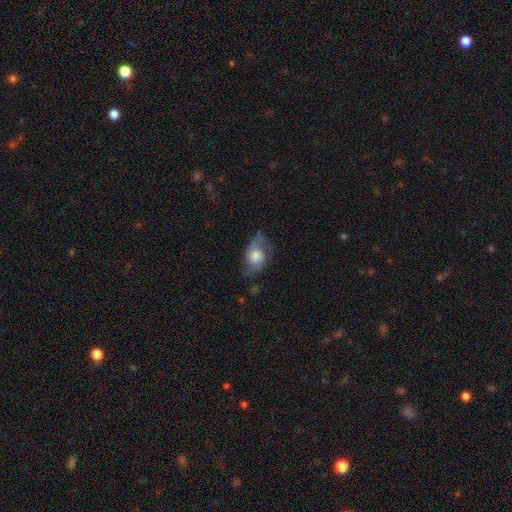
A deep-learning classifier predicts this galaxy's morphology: This is possibly a featured or disk galaxy (57%). It is clearly not viewed edge-on (94%). Bar: likely no (71%). Spiral arm pattern: clearly yes (85%). Central bulge: marginally large (43%). Merging: possibly none (56%).